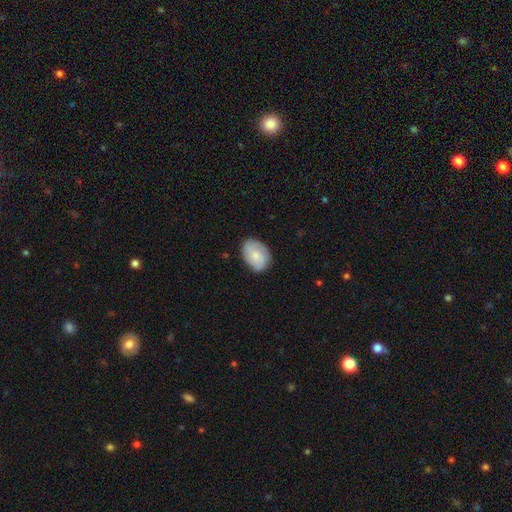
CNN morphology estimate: This is likely a smooth galaxy (63%). How rounded: likely in between (78%). Merging: likely none (80%).